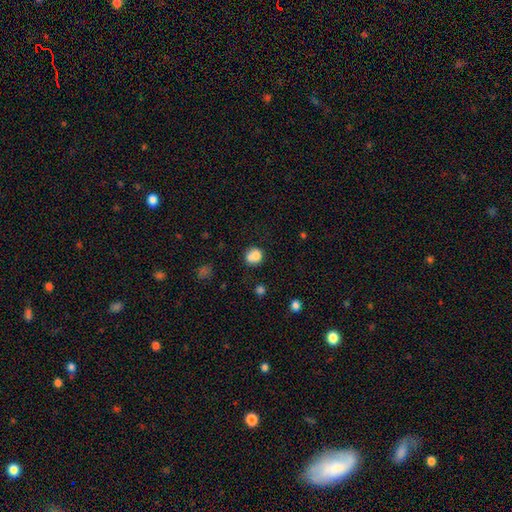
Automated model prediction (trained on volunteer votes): A smooth galaxy with no disk features (76%) that is round (79%). Merging: none (48%).